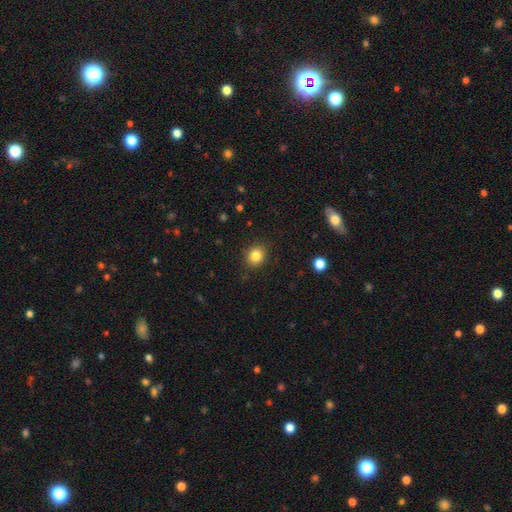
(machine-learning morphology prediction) smooth 83%, star or artifact 11%, featured or disk 6%. Down the decision tree: how rounded — round (79%); merging — none (89%).